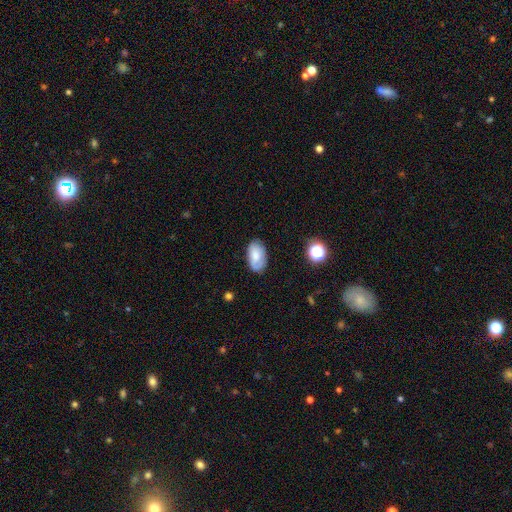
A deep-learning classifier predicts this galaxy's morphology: Smooth or featured?
  - smooth: 68% *
  - featured or disk: 23%
  - star or artifact: 9%
How rounded?
  - in between: 92% *
  - round: 6%
  - cigar-shaped: 2%
Merging?
  - none: 71% *
  - minor disturbance: 22%
  - major disturbance: 5%
  - merger: 2%